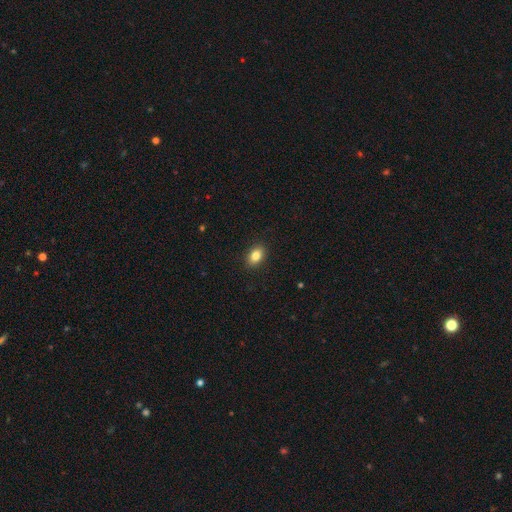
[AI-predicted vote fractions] Q: Smooth or featured?
A: smooth (83%); runner-up: star or artifact (9%)
Q: How rounded?
A: in between (79%); runner-up: round (19%)
Q: Merging?
A: none (90%); runner-up: minor disturbance (7%)